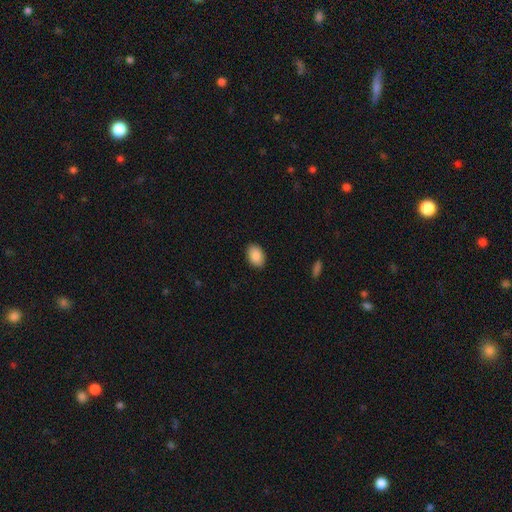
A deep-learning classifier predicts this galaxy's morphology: The model was most divided on "how rounded": in between: 86%, round: 13%, cigar-shaped: 1%. More confident: merging — none (89%); smooth or featured — smooth (89%).